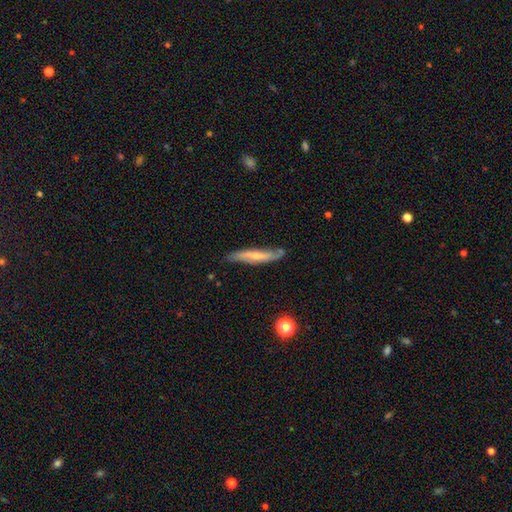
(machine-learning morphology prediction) type=featured or disk (55%); edge-on=yes (58%); merging=none (70%).